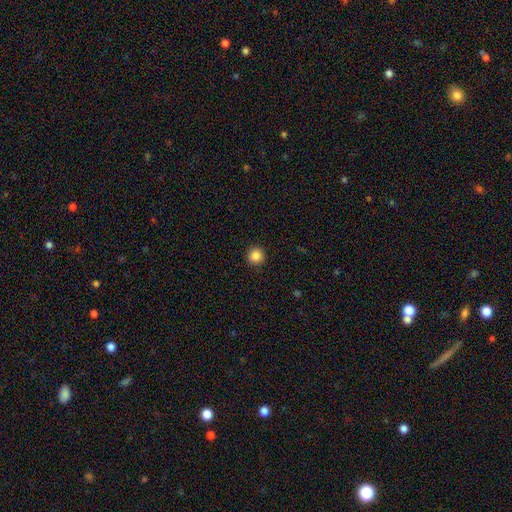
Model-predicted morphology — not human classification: Overall: smooth (85%). How rounded: round (95%). Merging: none (92%).